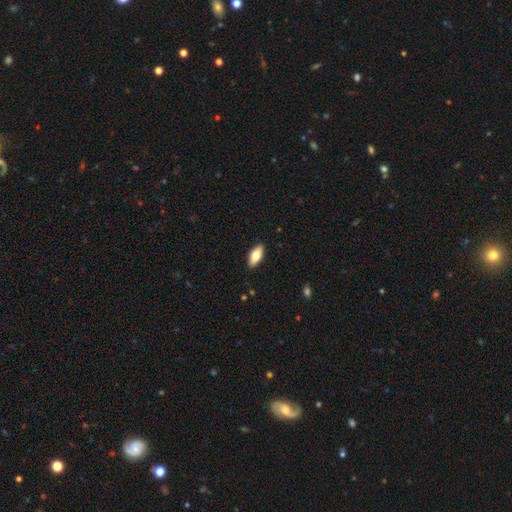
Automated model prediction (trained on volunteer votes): smooth-or-featured: smooth: 72% | featured or disk: 22% | star or artifact: 6%
  how-rounded: in between: 82% | cigar-shaped: 16% | round: 3%
  merging: none: 89% | minor disturbance: 8% | major disturbance: 2% | merger: 1%